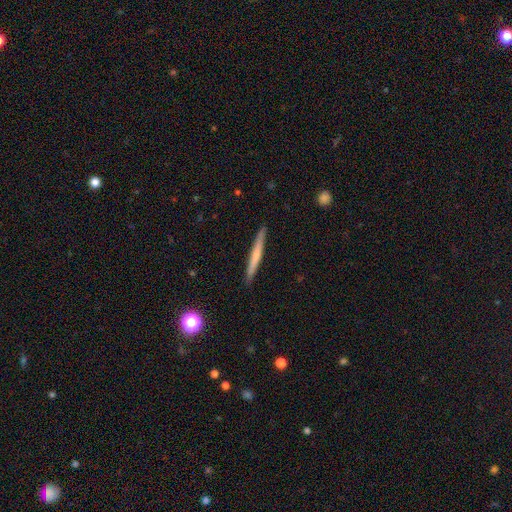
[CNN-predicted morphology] Smooth or featured: smooth — 54% (featured or disk — 40%)
How rounded: cigar-shaped — 96% (in between — 2%)
Merging: none — 90% (minor disturbance — 7%)